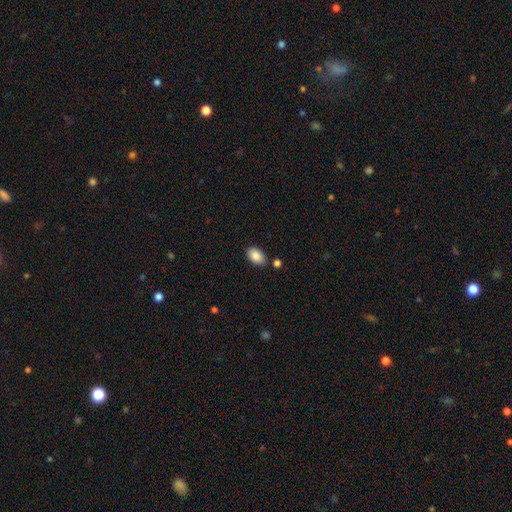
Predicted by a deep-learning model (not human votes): Smooth or featured? Predicted: smooth (p=0.88). How rounded? Predicted: in between (p=0.88). Merging? Predicted: none (p=0.81).